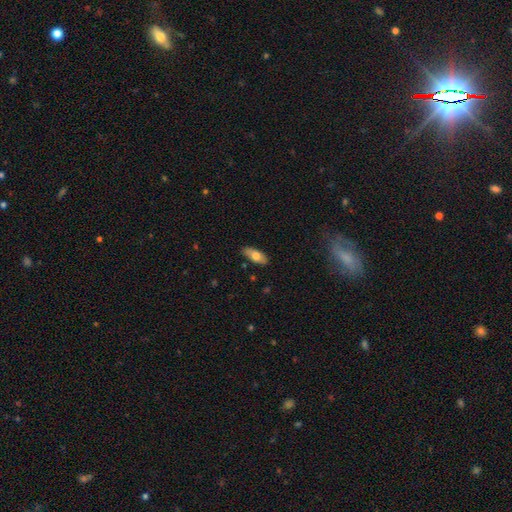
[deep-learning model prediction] A smooth galaxy with no disk features (71%) that is in between round and cigar-shaped (81%).

Vote fractions:
- Smooth or featured? smooth: 71% / featured or disk: 22% / star or artifact: 6%
- How rounded? in between: 81% / cigar-shaped: 16% / round: 2%
- Merging? none: 85% / minor disturbance: 12% / major disturbance: 2% / merger: 1%